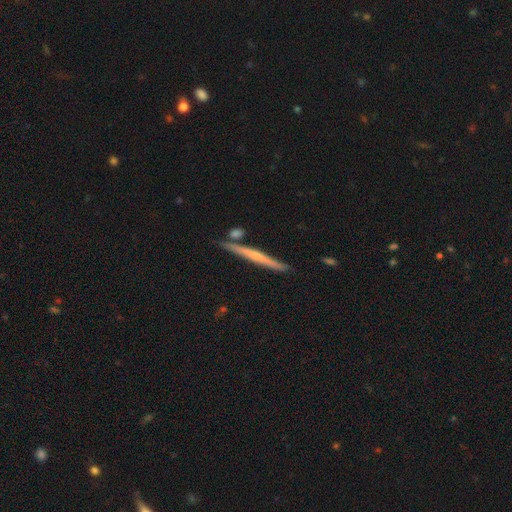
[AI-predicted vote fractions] Overall: featured or disk (63%; smooth 31%). Edge-on disk: yes (97%). Edge-on bulge: rounded (52%; none 42%). Merging: none (82%).